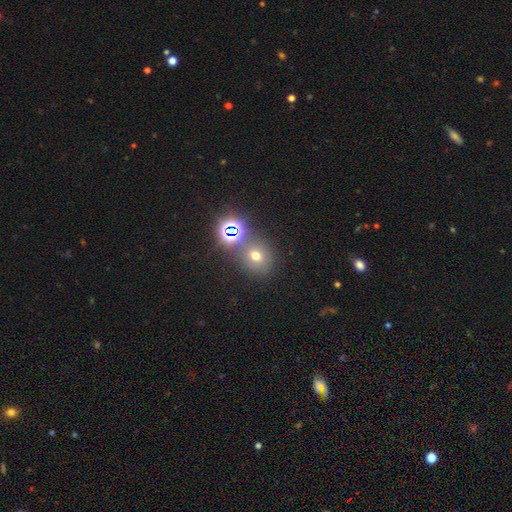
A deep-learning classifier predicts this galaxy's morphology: Overall: smooth (57%; star or artifact 31%). How rounded: round (79%). Merging: none (68%).